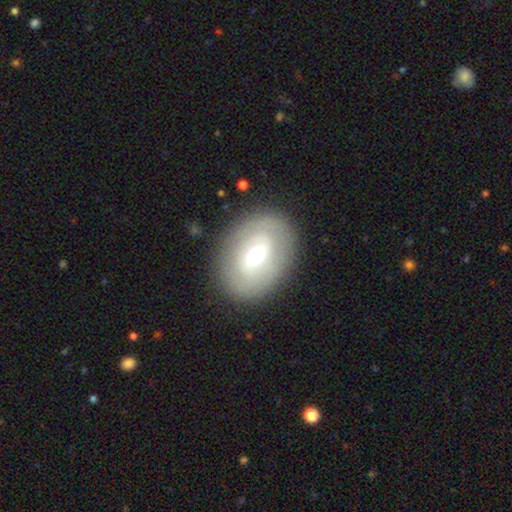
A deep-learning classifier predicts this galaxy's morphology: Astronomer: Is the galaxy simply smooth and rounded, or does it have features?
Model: featured or disk — 47% (runner-up: smooth, 45%).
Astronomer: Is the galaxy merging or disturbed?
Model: none — 84%.